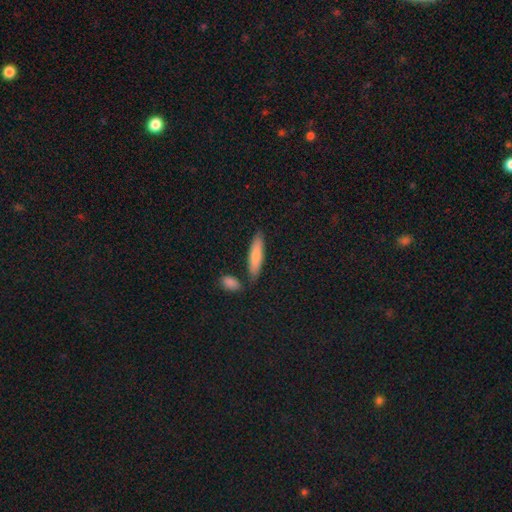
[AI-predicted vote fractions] Morphology: type=smooth (79%); roundness=cigar-shaped (71%); merging=none (80%).